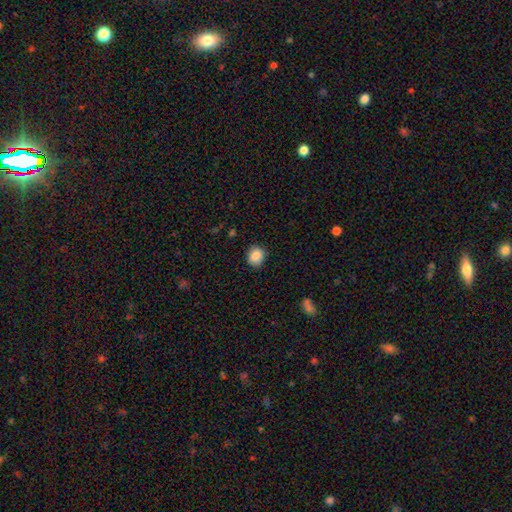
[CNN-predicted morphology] type=smooth (85%); roundness=round (74%); merging=none (87%).